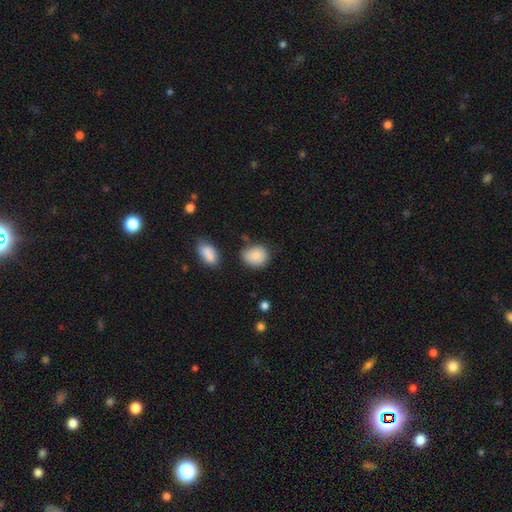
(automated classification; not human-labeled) smooth-or-featured: smooth: 82% | featured or disk: 10% | star or artifact: 8%
  how-rounded: round: 58% | in between: 41% | cigar-shaped: 1%
  merging: none: 70% | minor disturbance: 20% | merger: 5% | major disturbance: 4%